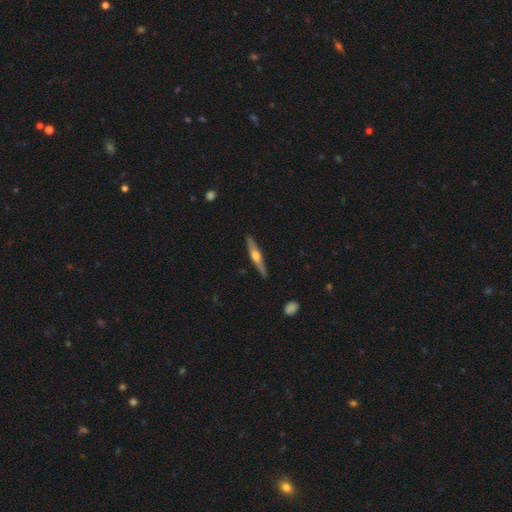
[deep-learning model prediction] featured or disk 66%, smooth 28%, star or artifact 5%. Down the decision tree: edge-on disk — yes (97%); edge-on bulge — rounded (91%); merging — none (89%).